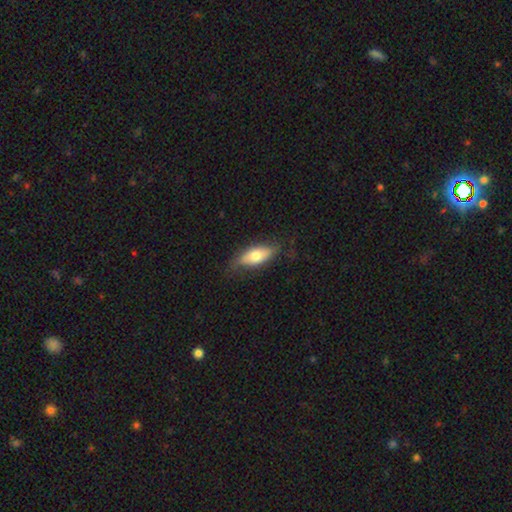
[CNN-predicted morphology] This is likely a smooth galaxy (65%). How rounded: clearly in between (82%). Merging: likely none (72%).